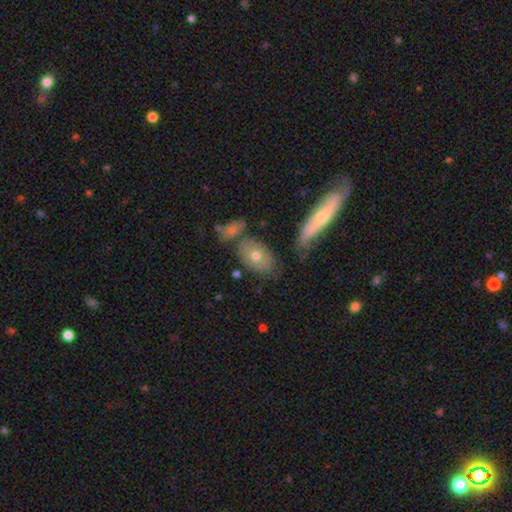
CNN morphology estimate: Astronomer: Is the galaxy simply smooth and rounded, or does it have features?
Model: smooth — 61%.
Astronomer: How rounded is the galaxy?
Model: in between — 84%.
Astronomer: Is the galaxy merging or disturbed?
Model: none — 64%.